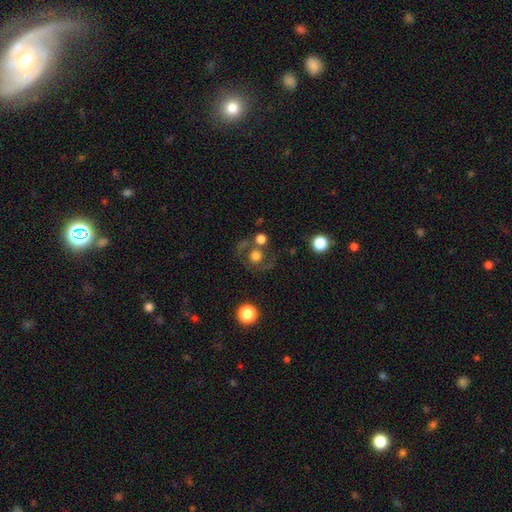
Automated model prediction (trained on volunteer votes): smooth-or-featured: smooth: 48% | featured or disk: 38% | star or artifact: 14%
  merging: none: 58% | merger: 17% | minor disturbance: 13% | major disturbance: 12%